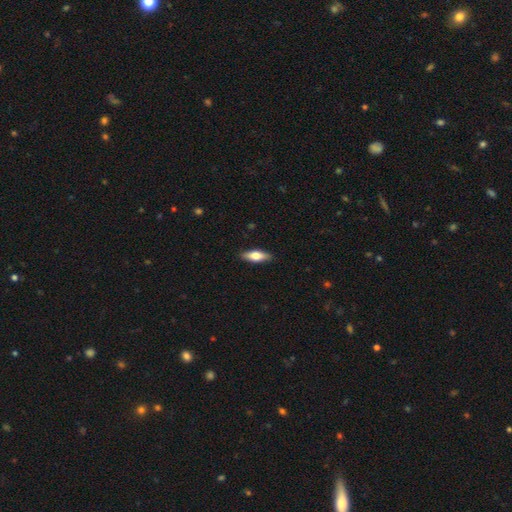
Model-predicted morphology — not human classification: This appears to be a smooth galaxy with no disk features (65%) that is in between round and cigar-shaped (61%). Merging: none (89%).